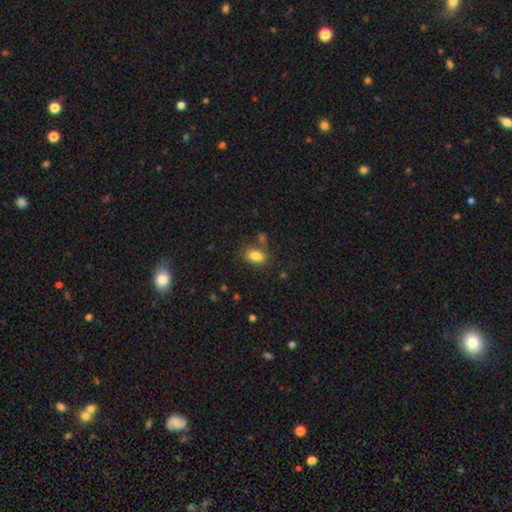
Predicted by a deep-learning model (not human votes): The model was most divided on "merging": none: 70%, minor disturbance: 14%, merger: 12%, major disturbance: 5%. More confident: how rounded — in between (88%); smooth or featured — smooth (83%).